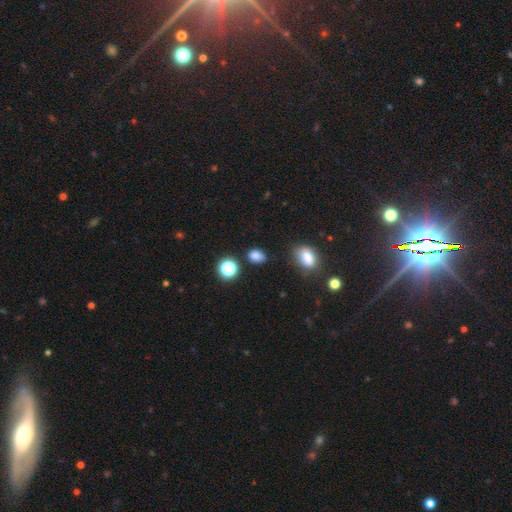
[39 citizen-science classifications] This is clearly a smooth galaxy (92%). How rounded: possibly in between (56%). Merging: likely none (65%).